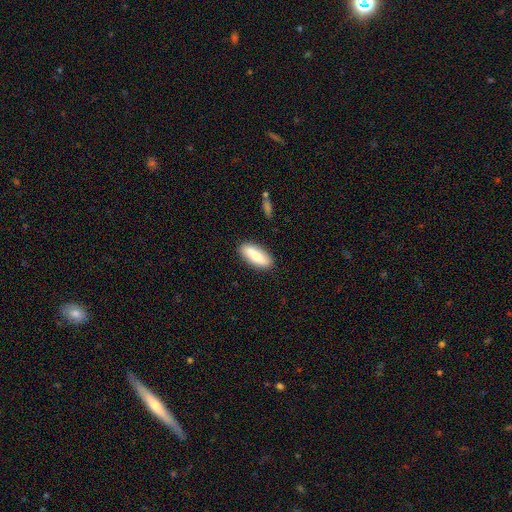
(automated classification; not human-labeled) The model was most divided on "how rounded": in between: 65%, cigar-shaped: 33%, round: 2%. More confident: merging — none (87%); smooth or featured — smooth (77%).